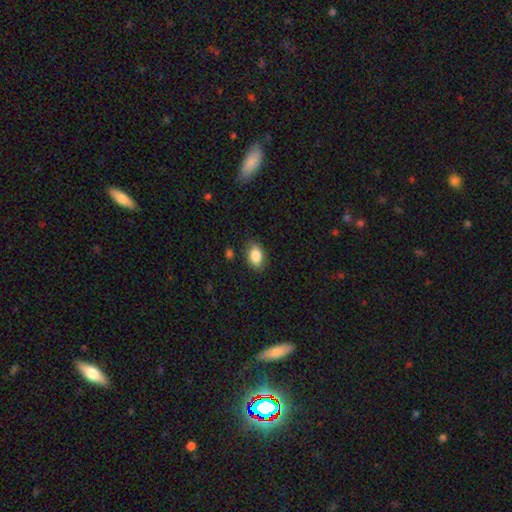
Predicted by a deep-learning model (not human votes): The model was most divided on "merging": none: 82%, minor disturbance: 13%, major disturbance: 3%, merger: 2%. More confident: how rounded — in between (87%); smooth or featured — smooth (85%).